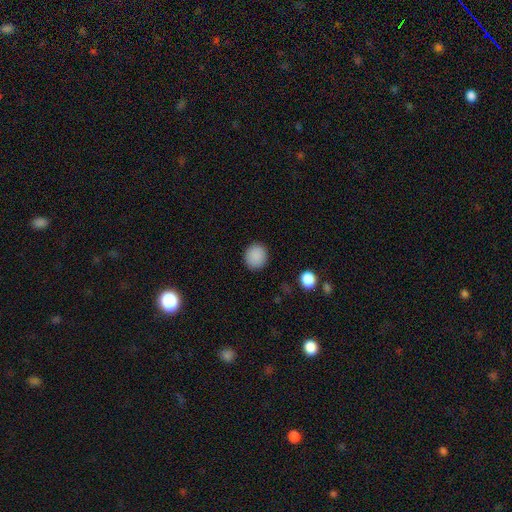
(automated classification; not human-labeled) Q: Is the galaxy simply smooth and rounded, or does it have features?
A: smooth — 88%.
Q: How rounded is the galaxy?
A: round — 80%.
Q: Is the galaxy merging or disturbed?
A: none — 90%.